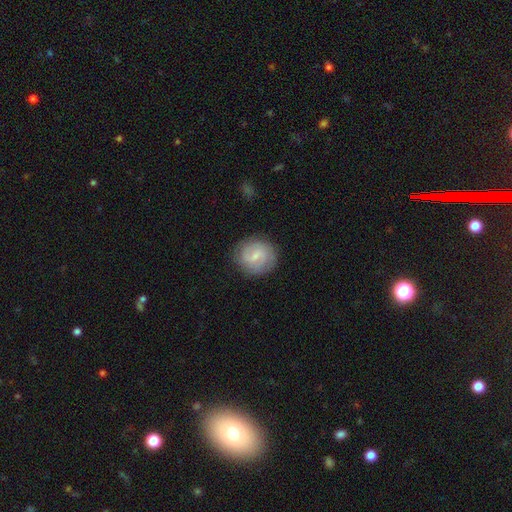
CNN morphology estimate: The model was most divided on "smooth or featured": featured or disk: 52%, smooth: 41%, star or artifact: 7%. More confident: edge-on disk — no (97%); spiral arms — yes (84%); merging — none (83%); bulge size — small (63%); bar — weak (61%).